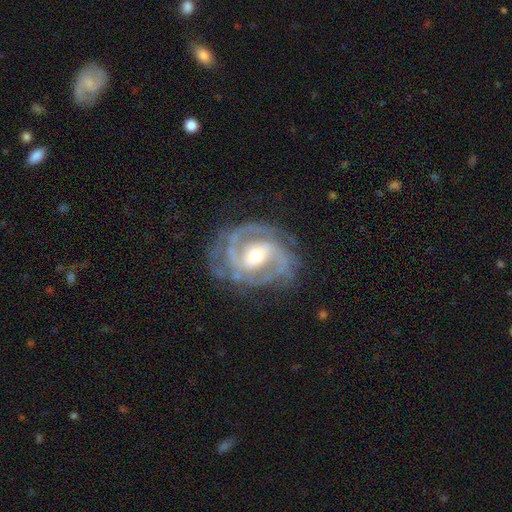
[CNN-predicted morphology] A featured or disk galaxy (91%) with a weak bar (42%), 2 (56%) tight (57%) spiral arms (98%) and a moderate central bulge (65%). Merging: none (75%).